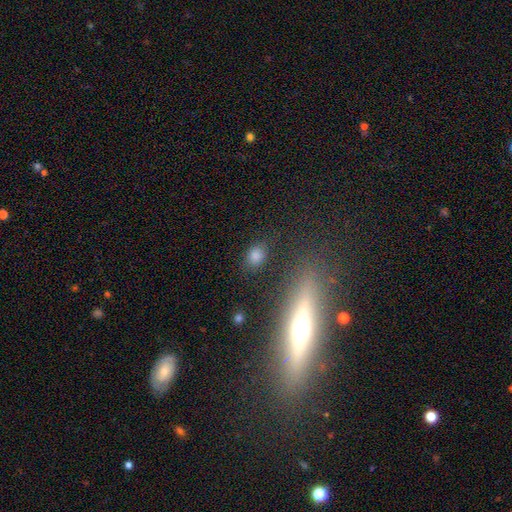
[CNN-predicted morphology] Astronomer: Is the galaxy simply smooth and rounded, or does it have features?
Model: smooth — 80%.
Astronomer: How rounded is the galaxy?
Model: in between — 64%.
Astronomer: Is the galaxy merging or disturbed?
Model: none — 79%.